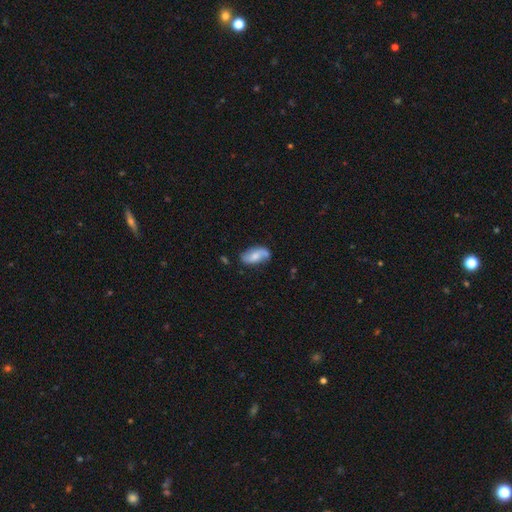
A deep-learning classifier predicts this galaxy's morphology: Smooth or featured? Predicted: featured or disk (p=0.51). Edge-on disk? Predicted: no (p=0.93). Merging? Predicted: none (p=0.64).